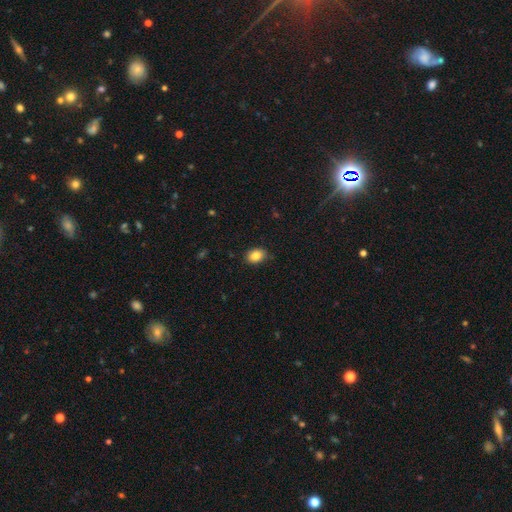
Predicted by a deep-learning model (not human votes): Smooth or featured: smooth — 85% (star or artifact — 9%)
How rounded: in between — 74% (round — 25%)
Merging: none — 83% (minor disturbance — 14%)